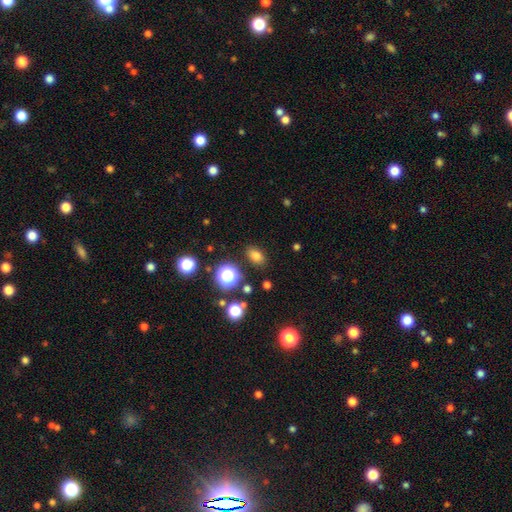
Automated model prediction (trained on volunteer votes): This appears to be a smooth galaxy with no disk features (77%) that is in between round and cigar-shaped (75%). Merging: none (85%).